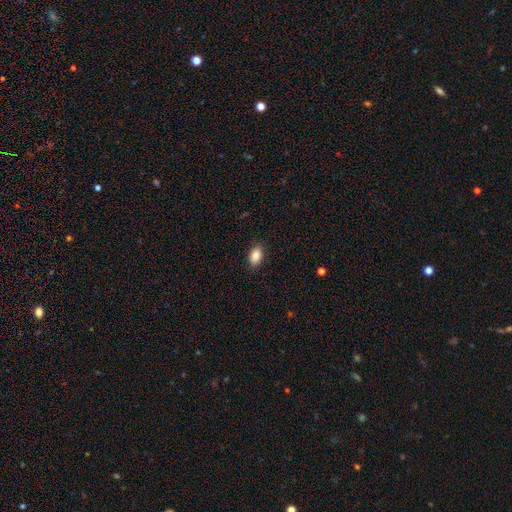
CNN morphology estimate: A smooth galaxy with no disk features (87%) that is in between round and cigar-shaped (89%).

Vote fractions:
- Smooth or featured? smooth: 87% / star or artifact: 8% / featured or disk: 5%
- How rounded? in between: 89% / round: 9% / cigar-shaped: 2%
- Merging? none: 88% / minor disturbance: 9% / major disturbance: 2% / merger: 1%